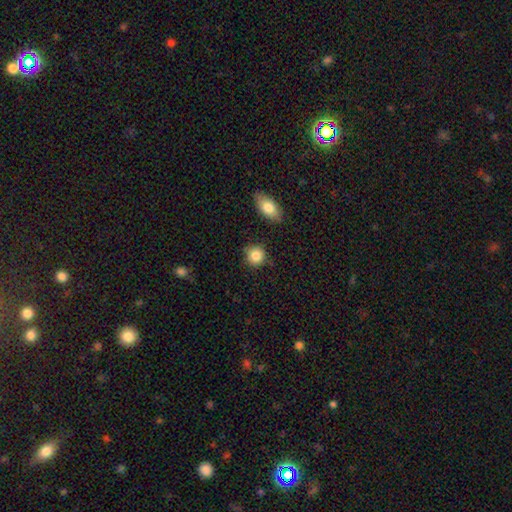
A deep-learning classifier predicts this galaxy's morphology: type=smooth (86%); roundness=round (87%); merging=none (84%).